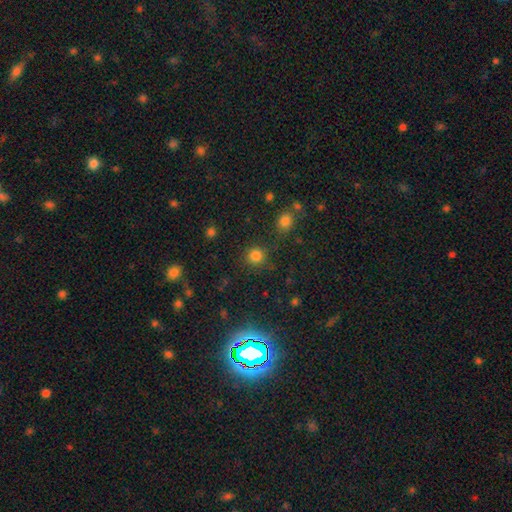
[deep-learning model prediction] Q: Smooth or featured?
A: smooth (79%); runner-up: star or artifact (16%)
Q: How rounded?
A: round (92%); runner-up: in between (7%)
Q: Merging?
A: none (82%); runner-up: minor disturbance (9%)